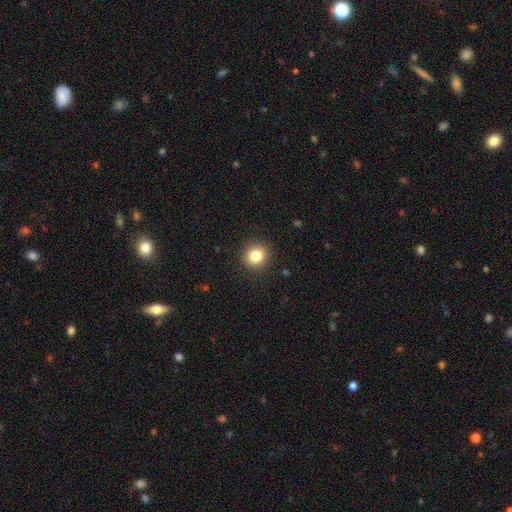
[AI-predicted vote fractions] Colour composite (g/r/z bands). It shows a smooth galaxy with no disk features (83%) that is round (85%). Merging: none (90%).